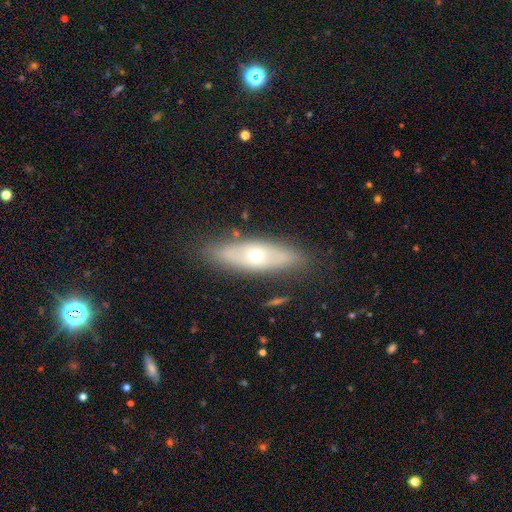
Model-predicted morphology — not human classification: A featured or disk galaxy (50%).

Vote fractions:
- Smooth or featured? featured or disk: 50% / smooth: 42% / star or artifact: 8%
- Edge-on disk? no: 55% / yes: 45%
- Merging? none: 83% / minor disturbance: 12% / major disturbance: 3% / merger: 2%